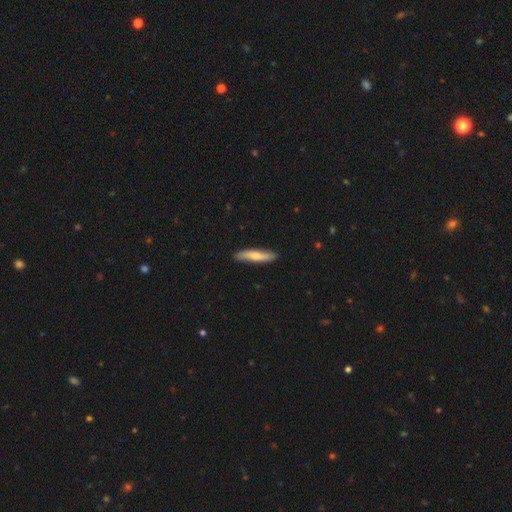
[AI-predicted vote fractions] A smooth galaxy with no disk features (60%) that is cigar-shaped (87%).

Vote fractions:
- Smooth or featured? smooth: 60% / featured or disk: 35% / star or artifact: 5%
- How rounded? cigar-shaped: 87% / in between: 12% / round: 2%
- Merging? none: 88% / minor disturbance: 9% / major disturbance: 2% / merger: 1%